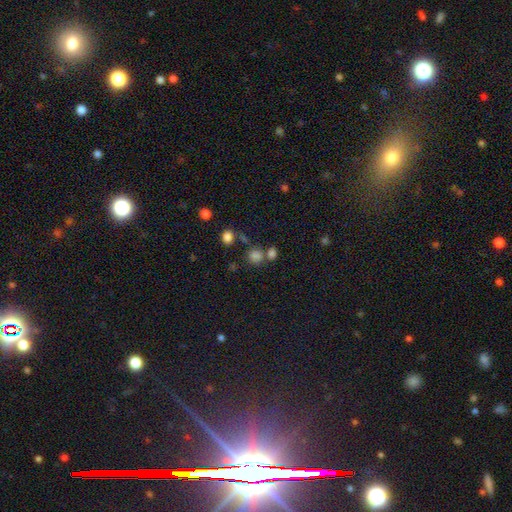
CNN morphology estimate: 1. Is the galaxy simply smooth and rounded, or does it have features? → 78% smooth, 16% star or artifact, 6% featured or disk.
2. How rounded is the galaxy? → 81% round, 18% in between, 1% cigar-shaped.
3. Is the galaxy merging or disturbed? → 60% none, 25% merger, 10% minor disturbance, 5% major disturbance.